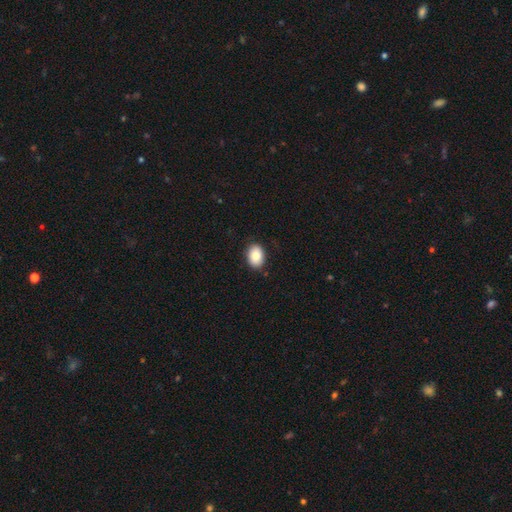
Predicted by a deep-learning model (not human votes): Smooth or featured: smooth — 87% (star or artifact — 7%)
How rounded: in between — 79% (round — 20%)
Merging: none — 88% (minor disturbance — 9%)